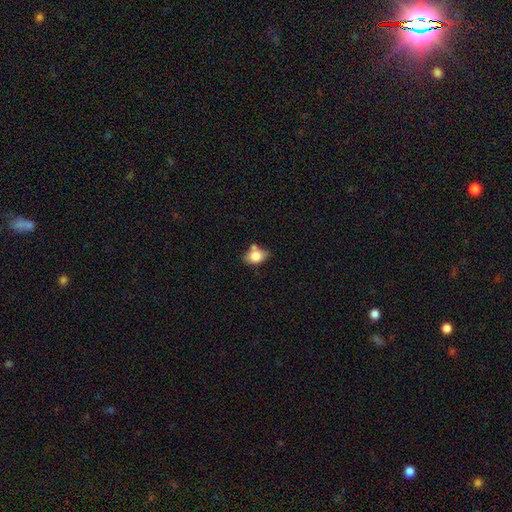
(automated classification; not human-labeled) Q: Smooth or featured?
A: smooth (80%); runner-up: featured or disk (11%)
Q: How rounded?
A: in between (74%); runner-up: round (24%)
Q: Merging?
A: none (55%); runner-up: minor disturbance (21%)